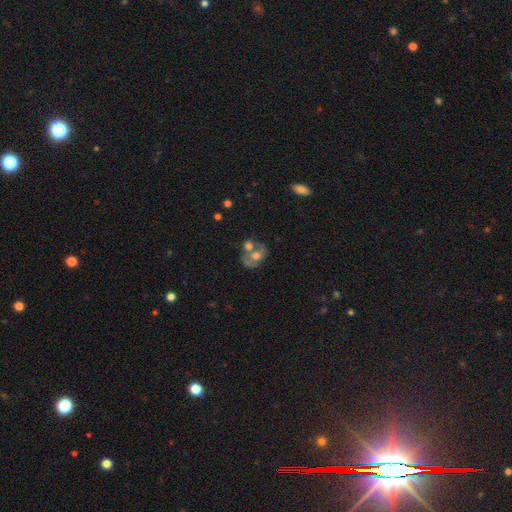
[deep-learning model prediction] Smooth or featured: featured or disk — 53% (smooth — 38%)
Edge-on disk: no — 96% (yes — 4%)
Bar: no — 78% (weak — 17%)
Spiral arms: no — 53% (yes — 47%)
Bulge size: moderate — 66% (large — 16%)
Merging: merger — 44% (none — 33%)